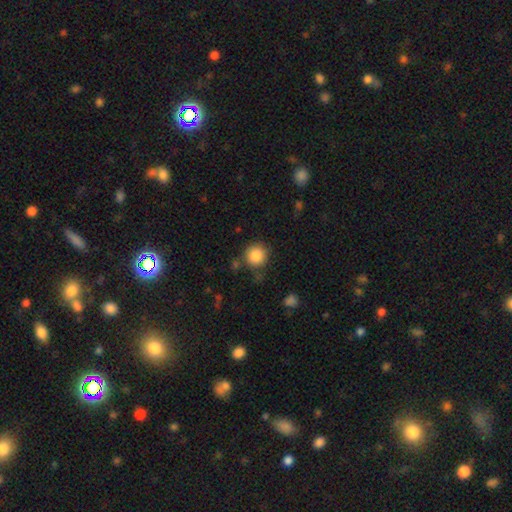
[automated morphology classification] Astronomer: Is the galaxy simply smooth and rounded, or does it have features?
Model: smooth — 85%.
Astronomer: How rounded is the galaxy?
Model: round — 93%.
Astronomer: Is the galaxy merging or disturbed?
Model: none — 80%.